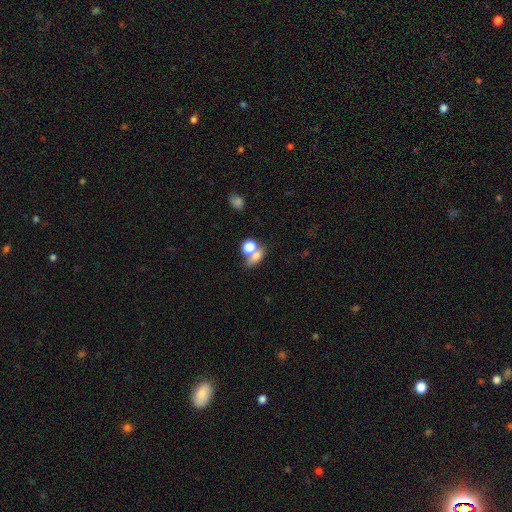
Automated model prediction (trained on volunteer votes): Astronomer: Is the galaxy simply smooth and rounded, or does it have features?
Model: smooth — 71%.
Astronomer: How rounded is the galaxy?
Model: in between — 56% (runner-up: round, 36%).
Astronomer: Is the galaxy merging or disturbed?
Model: merger — 44% (runner-up: none, 40%).